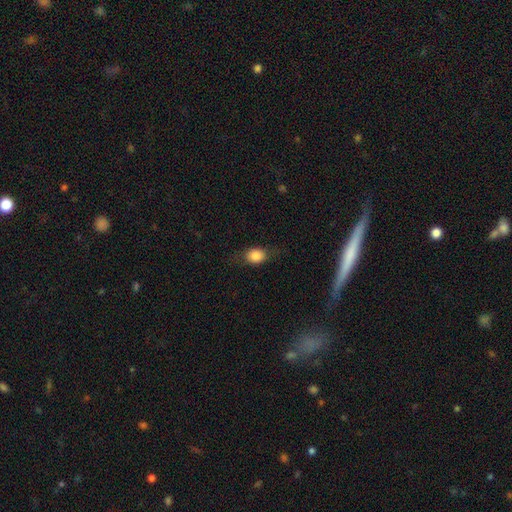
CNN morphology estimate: A smooth galaxy with no disk features (80%) that is in between round and cigar-shaped (55%).

Vote fractions:
- Smooth or featured? smooth: 80% / featured or disk: 12% / star or artifact: 9%
- How rounded? in between: 55% / round: 42% / cigar-shaped: 3%
- Merging? none: 74% / minor disturbance: 18% / major disturbance: 7% / merger: 1%